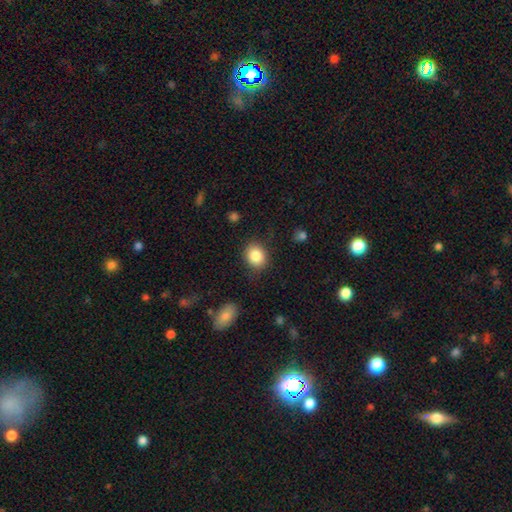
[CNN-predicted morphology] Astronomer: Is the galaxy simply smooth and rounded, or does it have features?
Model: smooth — 85%.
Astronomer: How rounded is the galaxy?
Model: round — 64%.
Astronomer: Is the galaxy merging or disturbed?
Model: none — 83%.